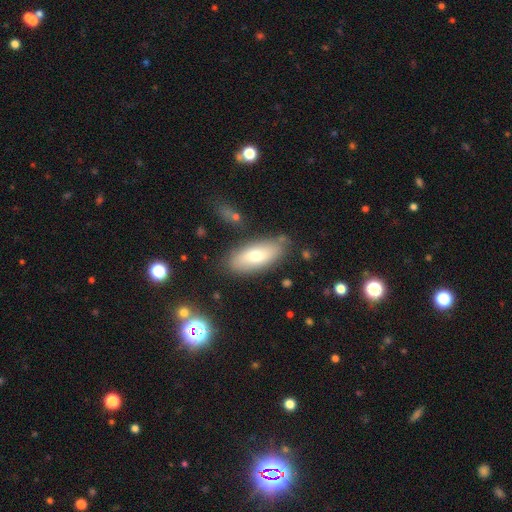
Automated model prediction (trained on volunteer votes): A smooth galaxy with no disk features (65%) that is in between round and cigar-shaped (80%). Merging: none (80%).